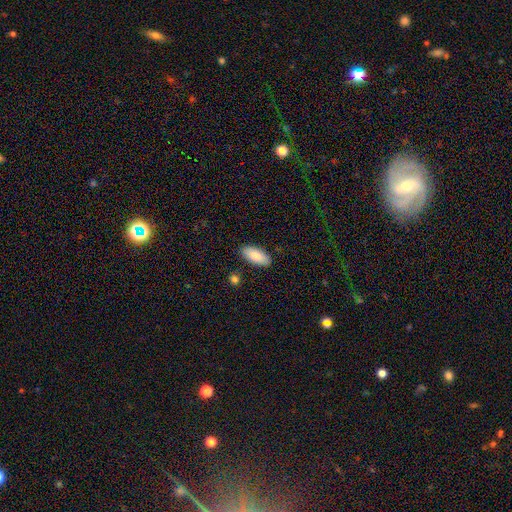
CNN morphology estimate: type=smooth (87%); roundness=in between (89%); merging=none (88%).